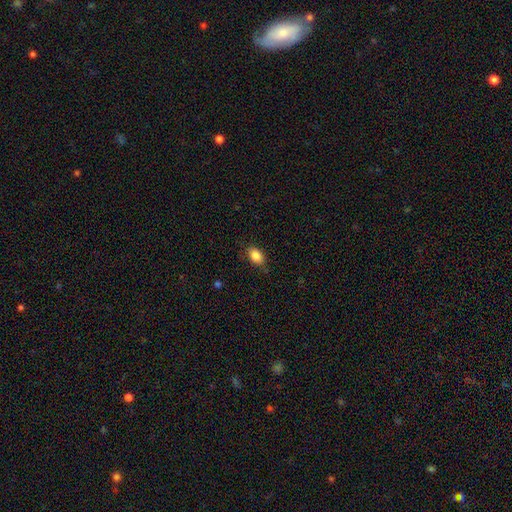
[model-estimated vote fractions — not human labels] A smooth galaxy with no disk features (86%) that is in between round and cigar-shaped (85%).

Vote fractions:
- Smooth or featured? smooth: 86% / star or artifact: 8% / featured or disk: 5%
- How rounded? in between: 85% / round: 13% / cigar-shaped: 2%
- Merging? none: 81% / minor disturbance: 15% / major disturbance: 3% / merger: 1%